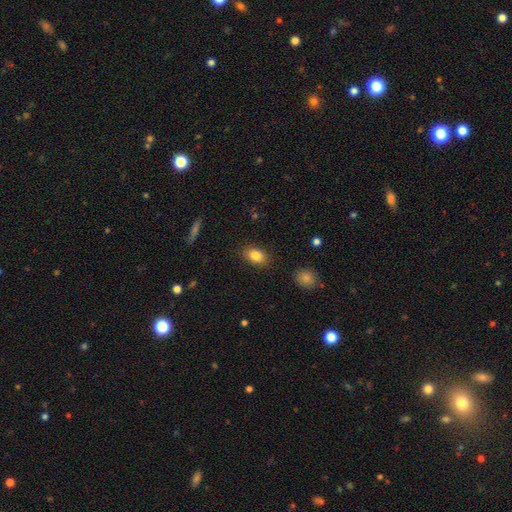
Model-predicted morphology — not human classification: Smooth or featured? Predicted: smooth (p=0.85). How rounded? Predicted: in between (p=0.84). Merging? Predicted: none (p=0.87).